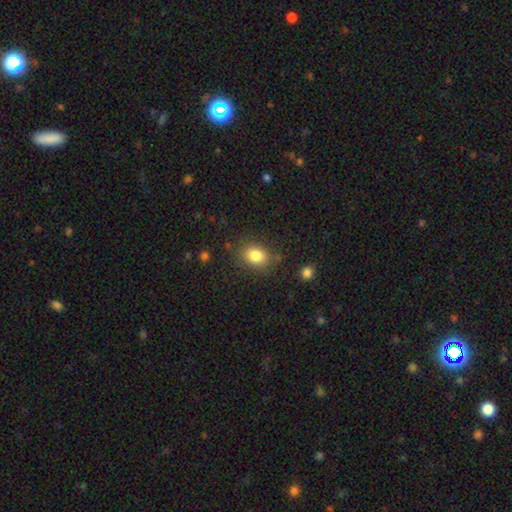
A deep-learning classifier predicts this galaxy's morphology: This appears to be a smooth galaxy with no disk features (84%) that is in between round and cigar-shaped (58%). Merging: none (80%).